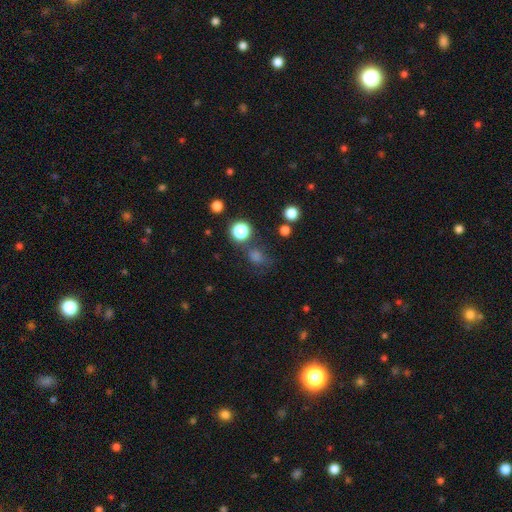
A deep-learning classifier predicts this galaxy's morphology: A smooth galaxy with no disk features (52%) that is round (75%). Merging: none (69%).